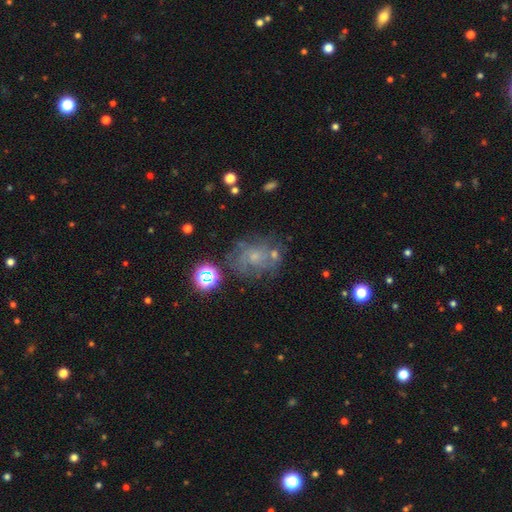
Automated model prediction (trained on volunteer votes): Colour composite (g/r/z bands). It shows a featured or disk galaxy (50%). Merging: none (64%).